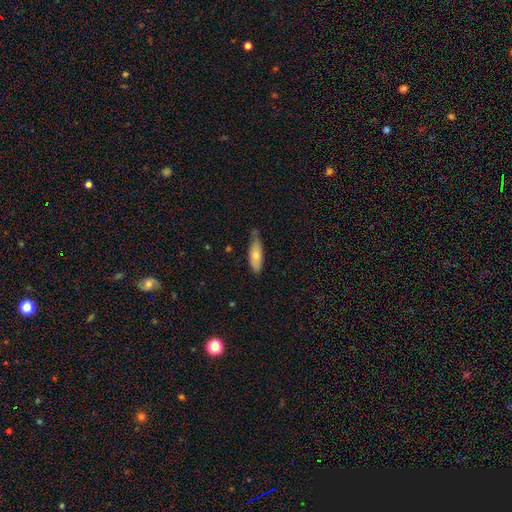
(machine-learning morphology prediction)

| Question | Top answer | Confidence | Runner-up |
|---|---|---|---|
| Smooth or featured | smooth | 72% | featured or disk (22%) |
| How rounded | in between | 52% | cigar-shaped (46%) |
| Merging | none | 54% | minor disturbance (37%) |